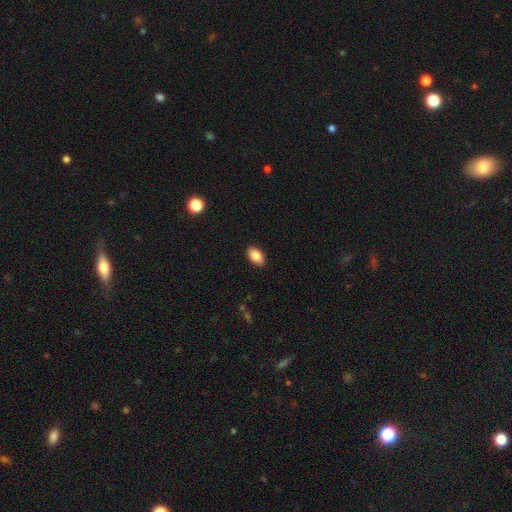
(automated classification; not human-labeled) This appears to be a smooth galaxy with no disk features (86%) that is in between round and cigar-shaped (91%). Merging: none (89%).